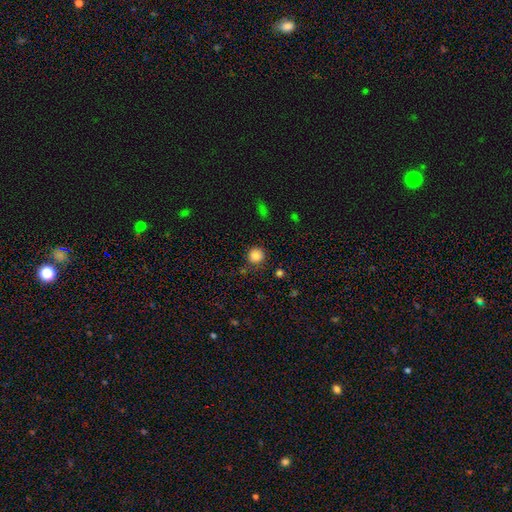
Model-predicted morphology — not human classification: Smooth or featured: smooth — 85% (star or artifact — 12%)
How rounded: round — 95% (in between — 4%)
Merging: none — 85% (minor disturbance — 9%)